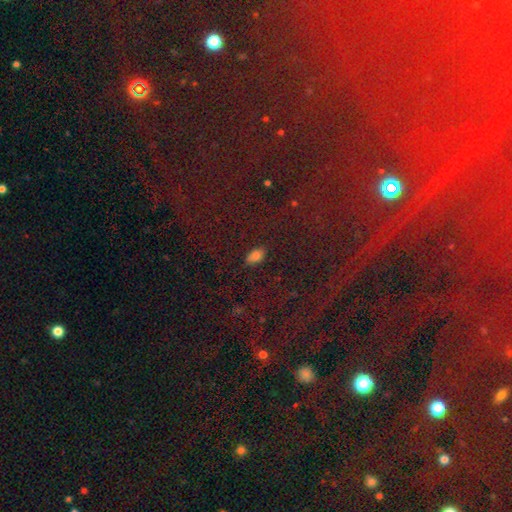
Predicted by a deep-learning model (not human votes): Smooth or featured?
  - smooth: 74% *
  - star or artifact: 18%
  - featured or disk: 8%
How rounded?
  - in between: 91% *
  - round: 5%
  - cigar-shaped: 4%
Merging?
  - none: 85% *
  - minor disturbance: 10%
  - major disturbance: 3%
  - merger: 2%